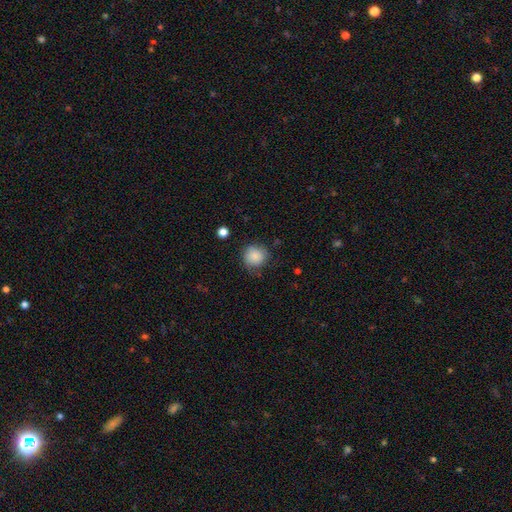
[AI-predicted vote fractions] Smooth or featured? Predicted: smooth (p=0.86). How rounded? Predicted: round (p=0.90). Merging? Predicted: none (p=0.74).